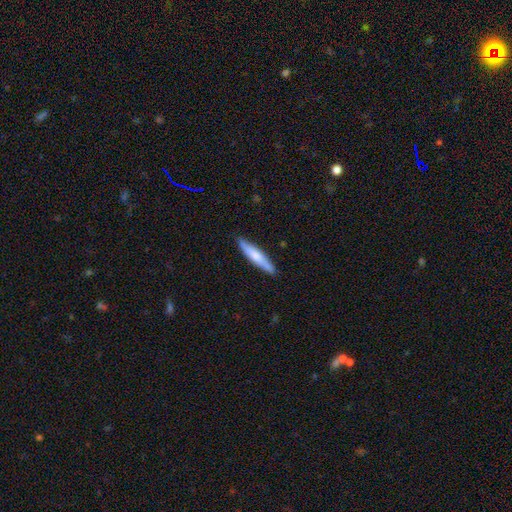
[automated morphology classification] A smooth galaxy with no disk features (62%) that is cigar-shaped (88%).

Vote fractions:
- Smooth or featured? smooth: 62% / featured or disk: 33% / star or artifact: 5%
- How rounded? cigar-shaped: 88% / in between: 11% / round: 1%
- Merging? none: 85% / minor disturbance: 12% / major disturbance: 2% / merger: 1%